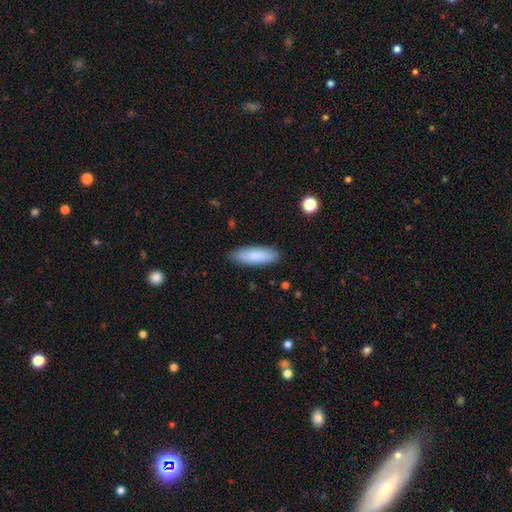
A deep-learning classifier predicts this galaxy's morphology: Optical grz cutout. It shows a smooth galaxy with no disk features (85%) that is in between round and cigar-shaped (50%). Merging: none (87%).